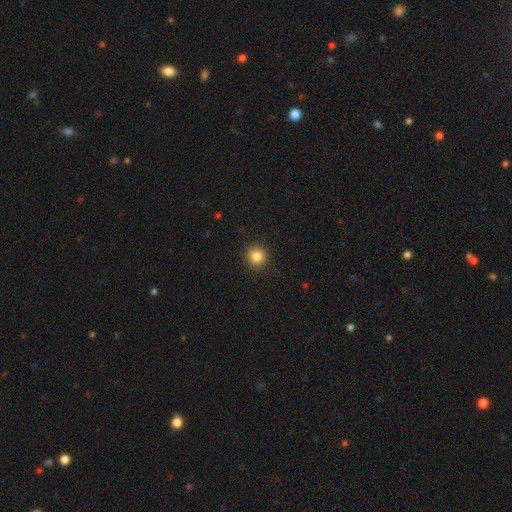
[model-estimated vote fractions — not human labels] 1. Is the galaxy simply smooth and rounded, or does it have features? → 84% smooth, 11% star or artifact, 5% featured or disk.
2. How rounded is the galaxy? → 94% round, 5% in between, 1% cigar-shaped.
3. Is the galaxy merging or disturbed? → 92% none, 6% minor disturbance, 2% major disturbance, 1% merger.